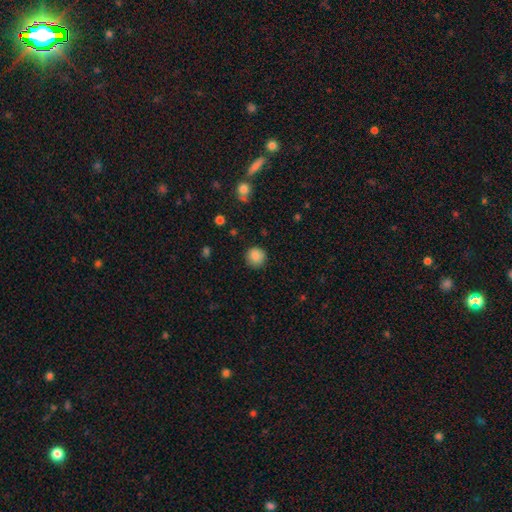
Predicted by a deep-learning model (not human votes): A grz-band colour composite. It shows a smooth galaxy with no disk features (87%) that is round (93%). Merging: none (87%).